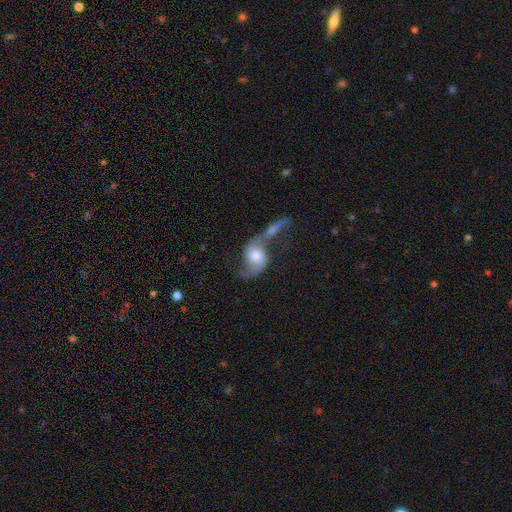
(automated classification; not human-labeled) Smooth or featured?
  - featured or disk: 68% *
  - smooth: 25%
  - star or artifact: 7%
Edge-on disk?
  - no: 95% *
  - yes: 5%
Bar?
  - no: 64% *
  - weak: 30%
  - strong: 6%
Spiral arms?
  - yes: 87% *
  - no: 13%
Spiral winding?
  - loose: 72% *
  - medium: 22%
  - tight: 6%
Spiral arm count?
  - 2: 86% *
  - 1: 7%
  - can't tell: 4%
  - 3: 1%
  - 4: 1%
  - more than 4: 1%
Bulge size?
  - moderate: 50% *
  - large: 28%
  - small: 14%
  - none: 5%
  - dominant: 3%
Merging?
  - merger: 56% *
  - none: 22%
  - major disturbance: 12%
  - minor disturbance: 10%